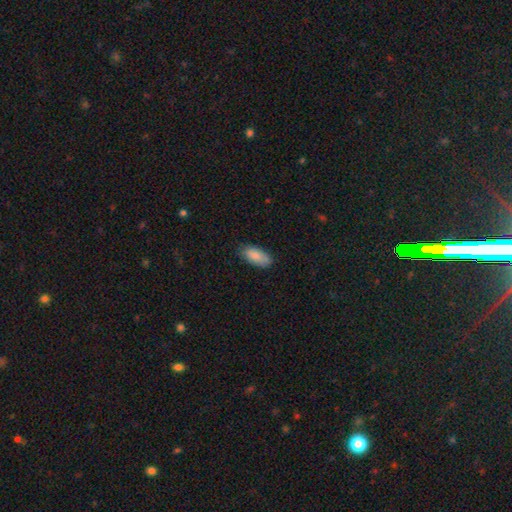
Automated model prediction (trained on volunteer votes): A smooth galaxy with no disk features (87%) that is in between round and cigar-shaped (89%).

Vote fractions:
- Smooth or featured? smooth: 87% / featured or disk: 6% / star or artifact: 6%
- How rounded? in between: 89% / cigar-shaped: 9% / round: 2%
- Merging? none: 81% / minor disturbance: 16% / major disturbance: 3% / merger: 1%